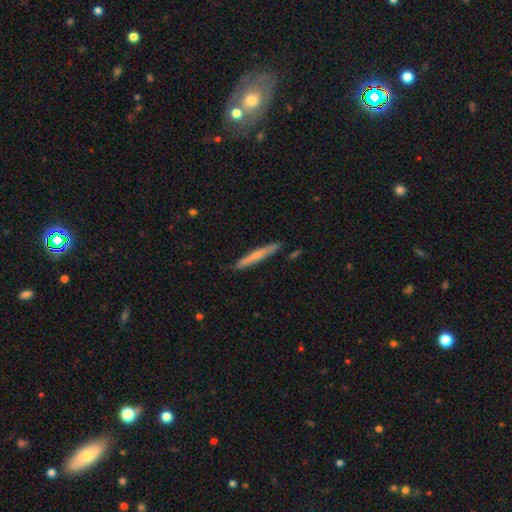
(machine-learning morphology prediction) smooth 55%, featured or disk 40%, star or artifact 6%. Down the decision tree: how rounded — cigar-shaped (96%); merging — none (85%).